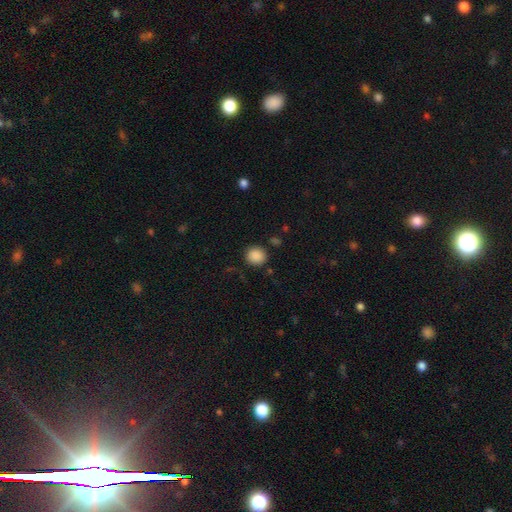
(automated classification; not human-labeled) Smooth or featured?
  - smooth: 88% *
  - star or artifact: 9%
  - featured or disk: 3%
How rounded?
  - round: 83% *
  - in between: 16%
  - cigar-shaped: 1%
Merging?
  - none: 86% *
  - minor disturbance: 9%
  - major disturbance: 3%
  - merger: 2%